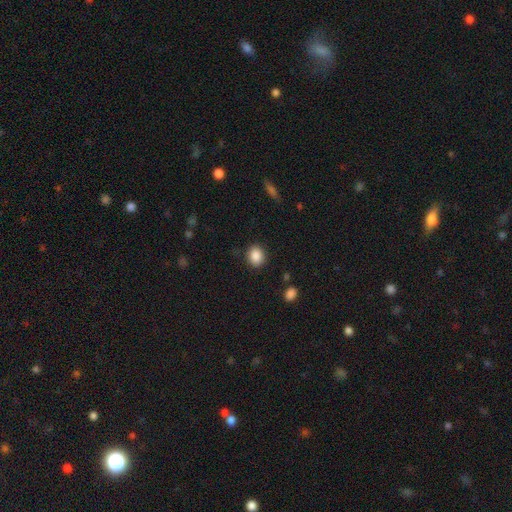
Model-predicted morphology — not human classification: Smooth or featured? Predicted: smooth (p=0.88). How rounded? Predicted: round (p=0.56). Merging? Predicted: none (p=0.88).